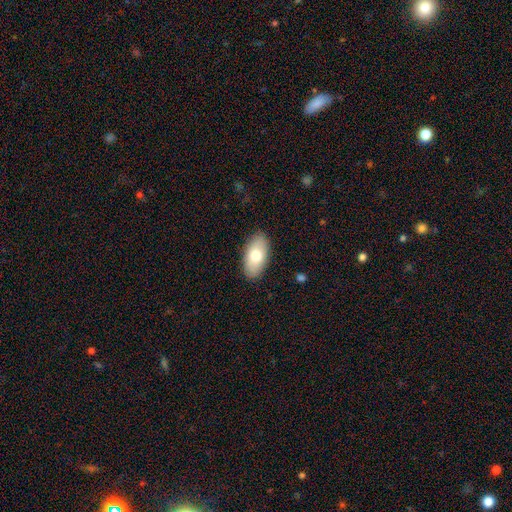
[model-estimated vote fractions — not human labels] Smooth or featured?
  - smooth: 74% *
  - featured or disk: 20%
  - star or artifact: 6%
How rounded?
  - in between: 94% *
  - round: 3%
  - cigar-shaped: 3%
Merging?
  - none: 88% *
  - minor disturbance: 9%
  - major disturbance: 2%
  - merger: 1%